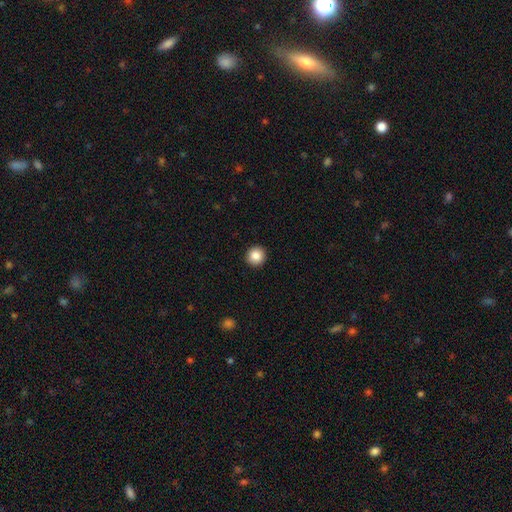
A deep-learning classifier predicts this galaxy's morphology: This is clearly a smooth galaxy (87%). How rounded: clearly round (95%). Merging: clearly none (93%).